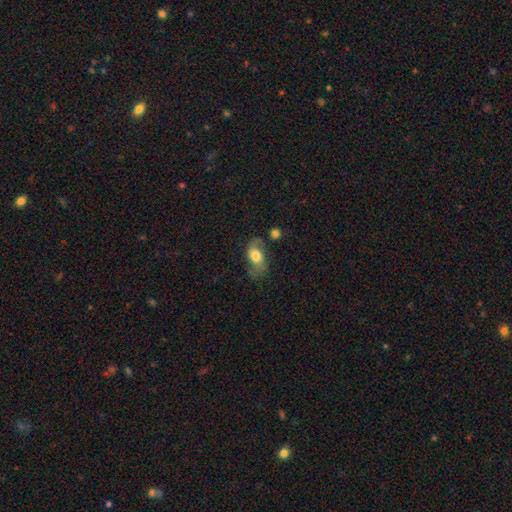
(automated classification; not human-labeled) smooth 64%, featured or disk 29%, star or artifact 7%. Down the decision tree: how rounded — in between (85%); merging — none (47%).